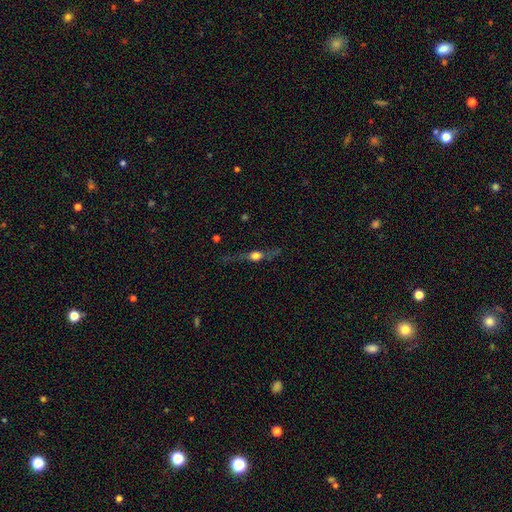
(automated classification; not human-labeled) Smooth or featured?
  - featured or disk: 58% *
  - smooth: 30%
  - star or artifact: 12%
Edge-on disk?
  - yes: 88% *
  - no: 12%
Edge-on bulge?
  - rounded: 92% *
  - boxy: 5%
  - none: 3%
Merging?
  - none: 67% *
  - minor disturbance: 18%
  - major disturbance: 12%
  - merger: 3%